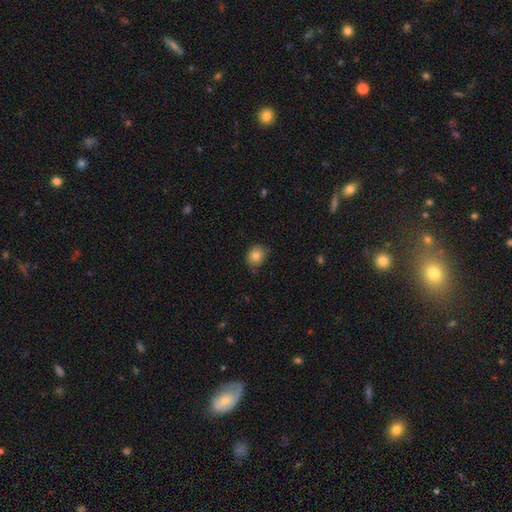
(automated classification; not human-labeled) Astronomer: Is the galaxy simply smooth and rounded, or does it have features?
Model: smooth — 83%.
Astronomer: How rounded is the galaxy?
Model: round — 70%.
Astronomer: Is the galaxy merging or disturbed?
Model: none — 72%.